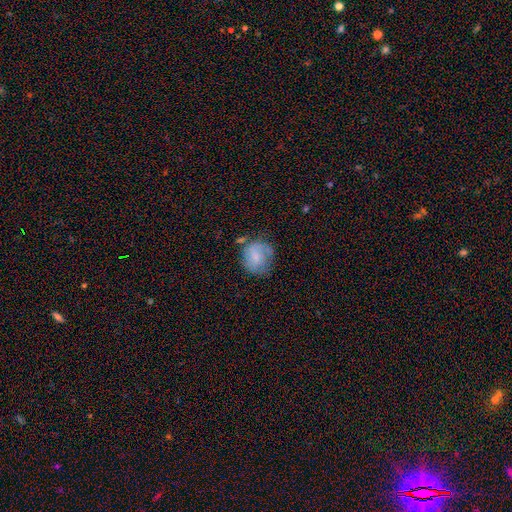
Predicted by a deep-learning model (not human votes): Smooth or featured? smooth (59%)
How rounded? round (75%)
Merging? none (53%)